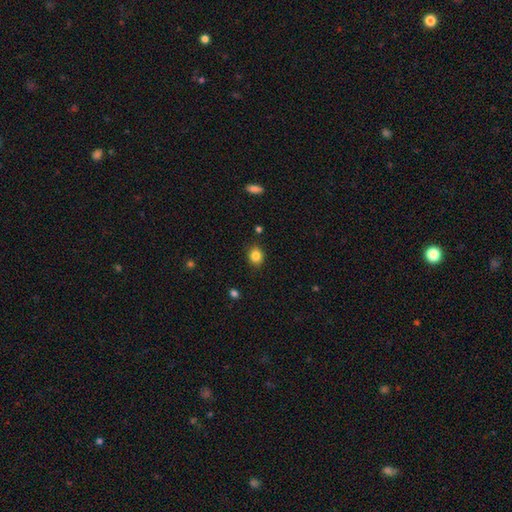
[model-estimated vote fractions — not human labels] Smooth or featured? smooth (84%)
How rounded? round (69%)
Merging? none (86%)